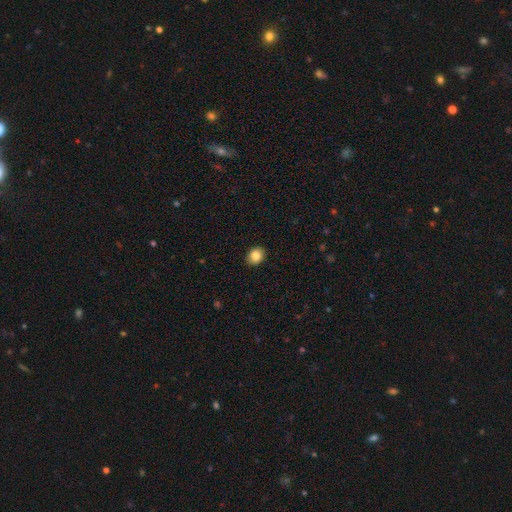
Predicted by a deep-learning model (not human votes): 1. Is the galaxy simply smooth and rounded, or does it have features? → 85% smooth, 9% star or artifact, 6% featured or disk.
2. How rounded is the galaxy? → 52% round, 47% in between, 1% cigar-shaped.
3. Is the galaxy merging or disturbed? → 90% none, 7% minor disturbance, 2% major disturbance, 1% merger.